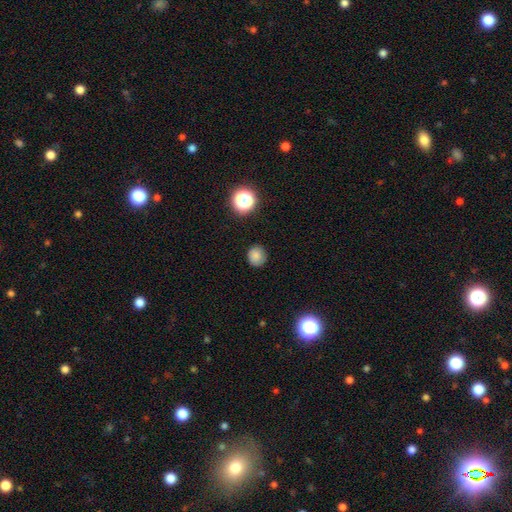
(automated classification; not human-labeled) smooth 81%, star or artifact 14%, featured or disk 5%. Down the decision tree: how rounded — round (78%); merging — none (85%).